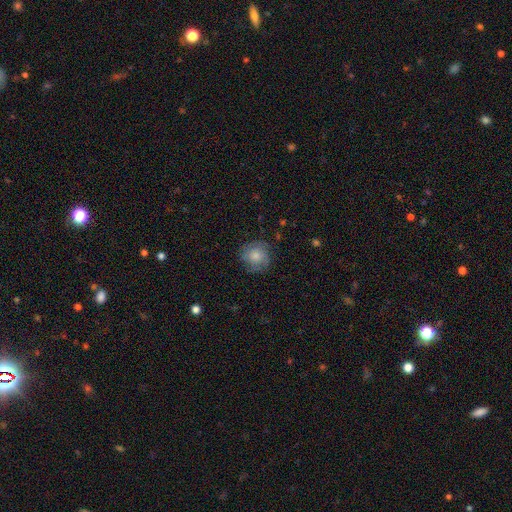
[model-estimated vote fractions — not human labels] This appears to be a smooth galaxy with no disk features (71%) that is round (90%). Merging: none (75%).